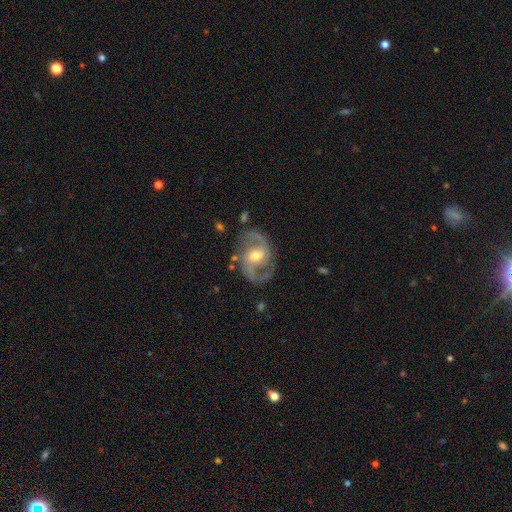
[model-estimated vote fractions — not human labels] Smooth or featured? Predicted: featured or disk (p=0.89). Edge-on disk? Predicted: no (p=0.98). Bar? Predicted: weak (p=0.48). Spiral arms? Predicted: yes (p=0.96). Spiral winding? Predicted: medium (p=0.59). Spiral arm count? Predicted: 2 (p=0.93). Bulge size? Predicted: moderate (p=0.65). Merging? Predicted: none (p=0.79).